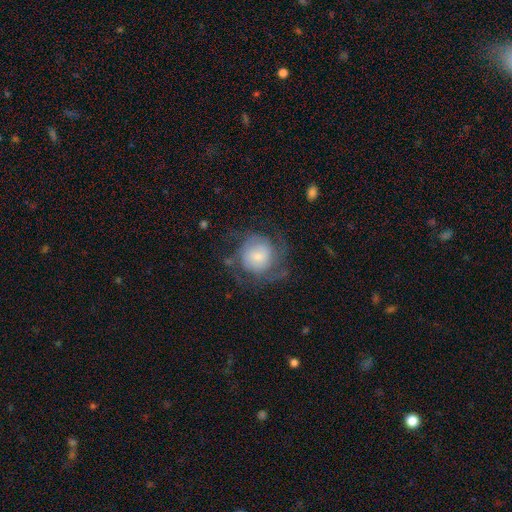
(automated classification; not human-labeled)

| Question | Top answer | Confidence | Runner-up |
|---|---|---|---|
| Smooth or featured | featured or disk | 59% | smooth (32%) |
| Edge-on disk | no | 98% | yes (2%) |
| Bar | no | 72% | weak (23%) |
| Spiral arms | yes | 84% | no (16%) |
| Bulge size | small | 50% | moderate (26%) |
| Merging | none | 56% | major disturbance (22%) |